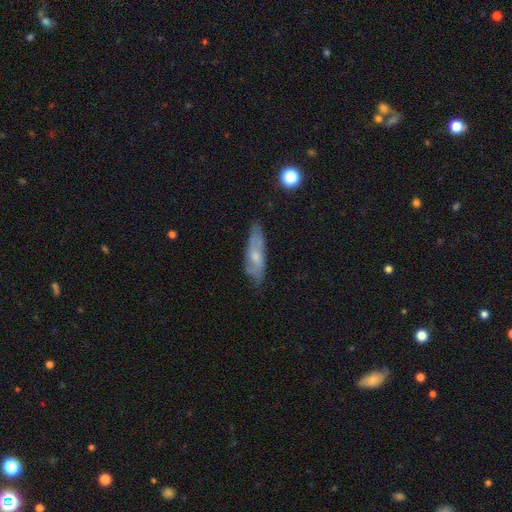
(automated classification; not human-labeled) smooth_or_featured: featured or disk (p=0.51) [alt: smooth p=0.41]
disk_edge_on: no (p=0.68) [alt: yes p=0.32]
merging: none (p=0.69) [alt: minor disturbance p=0.23]